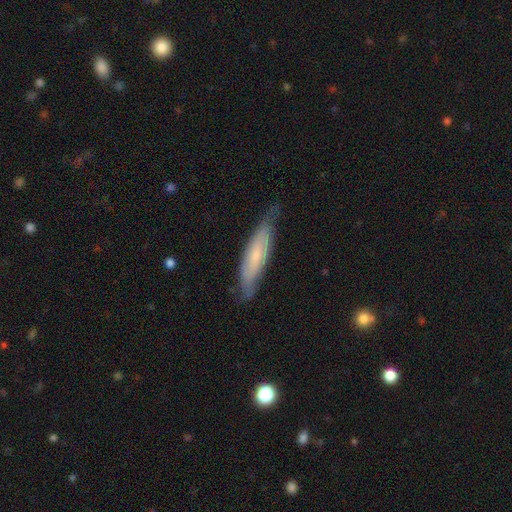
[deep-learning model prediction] Q: Smooth or featured?
A: smooth (51%); runner-up: featured or disk (43%)
Q: How rounded?
A: cigar-shaped (74%); runner-up: in between (24%)
Q: Merging?
A: none (69%); runner-up: minor disturbance (24%)